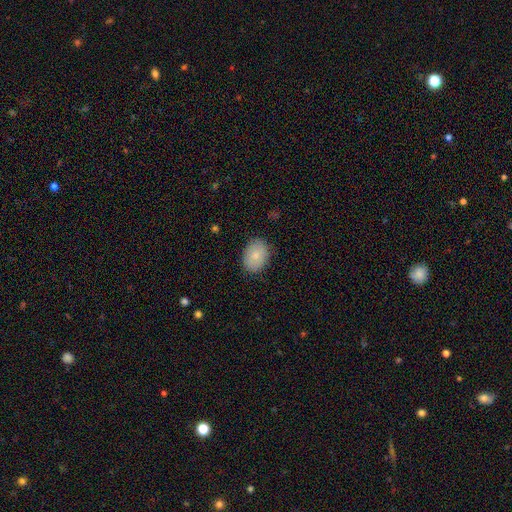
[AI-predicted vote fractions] Smooth or featured? smooth (81%)
How rounded? in between (74%)
Merging? none (85%)